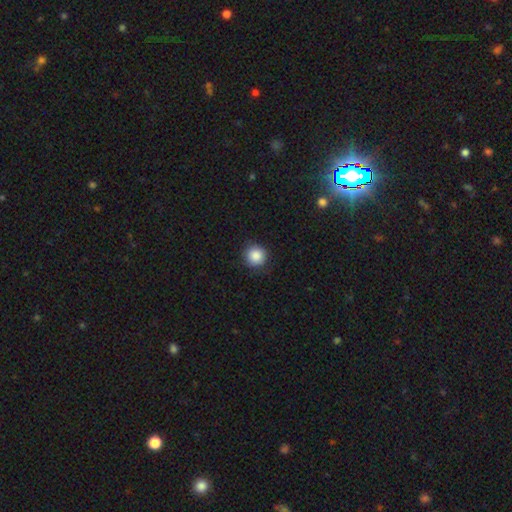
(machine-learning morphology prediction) Q: Smooth or featured?
A: smooth (87%); runner-up: star or artifact (9%)
Q: How rounded?
A: round (94%); runner-up: in between (5%)
Q: Merging?
A: none (88%); runner-up: minor disturbance (9%)